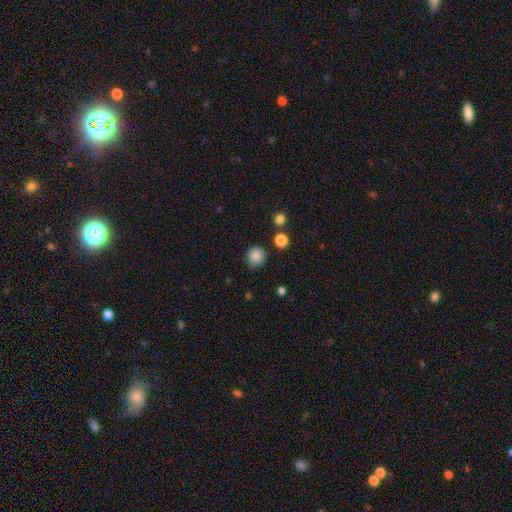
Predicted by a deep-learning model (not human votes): This appears to be a smooth galaxy with no disk features (86%) that is round (90%). Merging: none (84%).